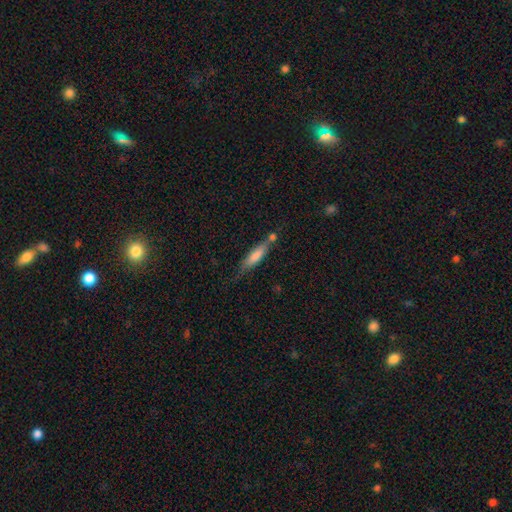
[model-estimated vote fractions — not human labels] smooth_or_featured: smooth (p=0.68) [alt: featured or disk p=0.26]
how_rounded: cigar-shaped (p=0.74) [alt: in between p=0.24]
merging: none (p=0.55) [alt: minor disturbance p=0.21]